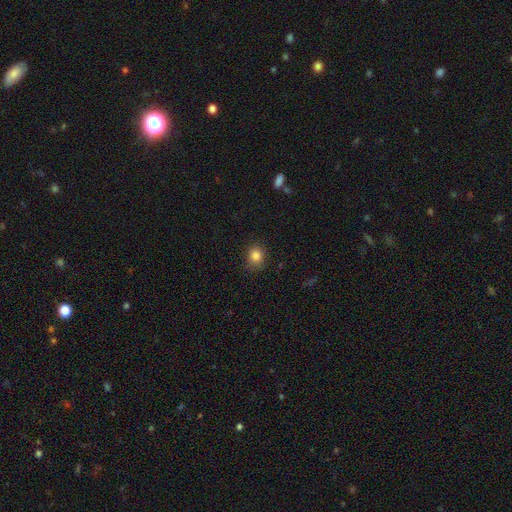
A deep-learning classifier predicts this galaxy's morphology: smooth 84%, star or artifact 11%, featured or disk 5%. Down the decision tree: how rounded — round (78%); merging — none (84%).